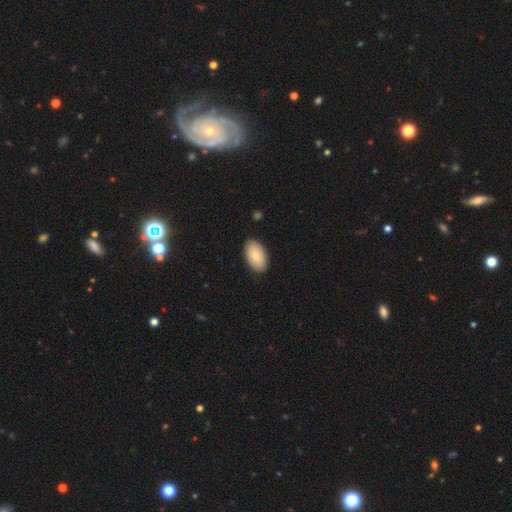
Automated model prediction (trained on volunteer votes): smooth 81%, featured or disk 14%, star or artifact 6%. Down the decision tree: how rounded — in between (95%); merging — none (88%).